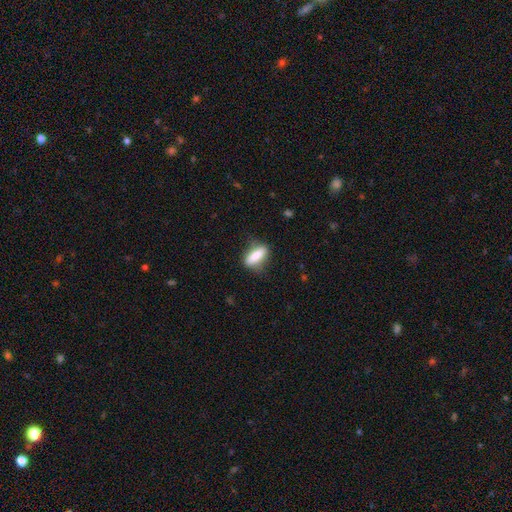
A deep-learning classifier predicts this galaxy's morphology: Smooth or featured? Predicted: smooth (p=0.78). How rounded? Predicted: in between (p=0.58). Merging? Predicted: none (p=0.74).